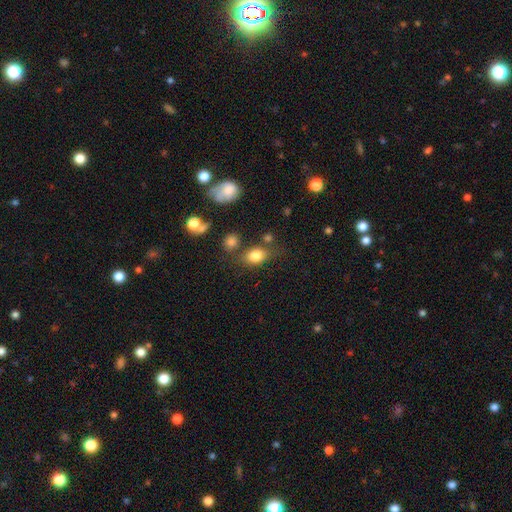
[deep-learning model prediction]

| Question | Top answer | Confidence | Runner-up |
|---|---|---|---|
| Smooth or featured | smooth | 80% | star or artifact (11%) |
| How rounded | in between | 70% | round (28%) |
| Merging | none | 64% | minor disturbance (18%) |